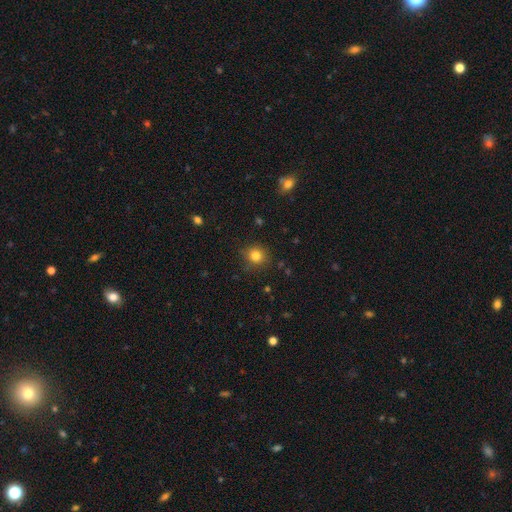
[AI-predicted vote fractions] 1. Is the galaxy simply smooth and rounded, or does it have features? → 82% smooth, 13% star or artifact, 5% featured or disk.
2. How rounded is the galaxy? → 88% round, 12% in between, 1% cigar-shaped.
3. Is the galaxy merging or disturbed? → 86% none, 10% minor disturbance, 3% major disturbance, 1% merger.